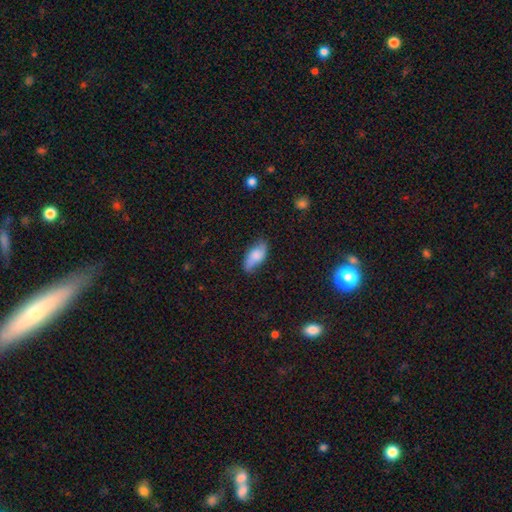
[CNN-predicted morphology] A smooth galaxy with no disk features (72%) that is in between round and cigar-shaped (85%).

Vote fractions:
- Smooth or featured? smooth: 72% / featured or disk: 21% / star or artifact: 7%
- How rounded? in between: 85% / cigar-shaped: 12% / round: 3%
- Merging? none: 70% / minor disturbance: 24% / major disturbance: 5% / merger: 2%